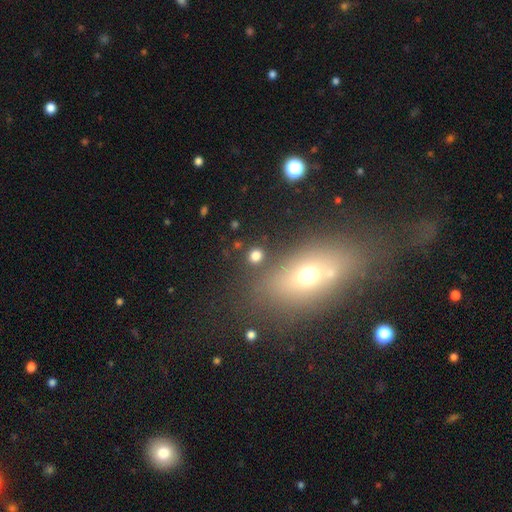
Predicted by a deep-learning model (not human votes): smooth-or-featured: smooth: 76% | star or artifact: 17% | featured or disk: 7%
  how-rounded: round: 77% | in between: 21% | cigar-shaped: 2%
  merging: none: 84% | minor disturbance: 7% | merger: 6% | major disturbance: 4%